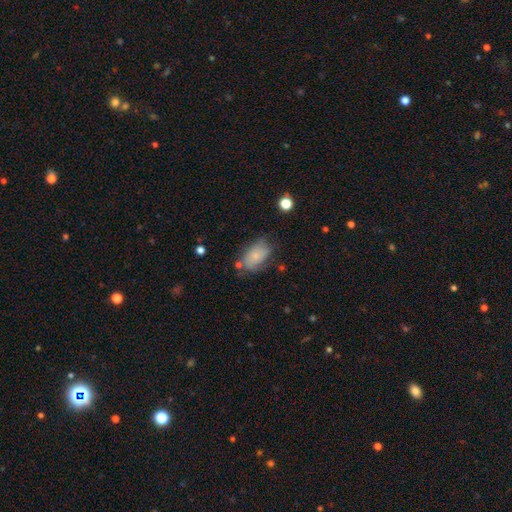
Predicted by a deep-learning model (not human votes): Smooth or featured? Predicted: smooth (p=0.67). How rounded? Predicted: in between (p=0.90). Merging? Predicted: none (p=0.57).